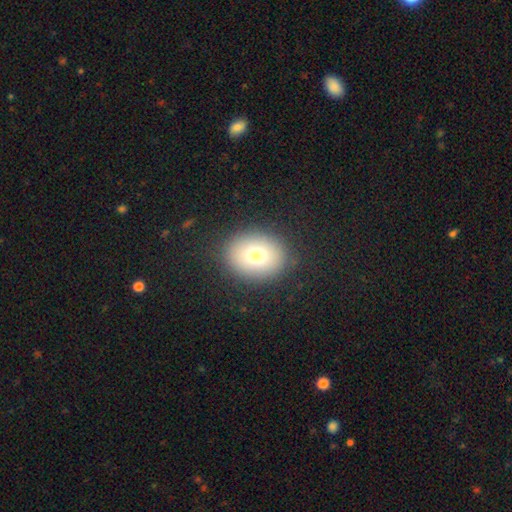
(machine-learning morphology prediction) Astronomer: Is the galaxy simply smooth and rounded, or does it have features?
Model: smooth — 75%.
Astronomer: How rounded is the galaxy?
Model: round — 52% (runner-up: in between, 47%).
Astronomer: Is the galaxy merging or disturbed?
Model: none — 87%.